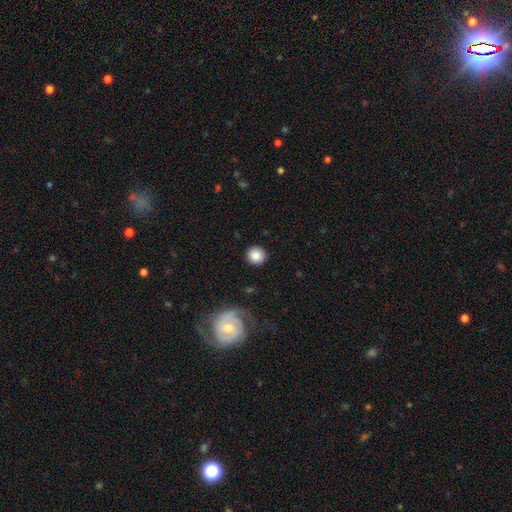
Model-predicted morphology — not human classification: Q: Smooth or featured?
A: smooth (86%); runner-up: star or artifact (9%)
Q: How rounded?
A: round (93%); runner-up: in between (6%)
Q: Merging?
A: none (89%); runner-up: minor disturbance (7%)